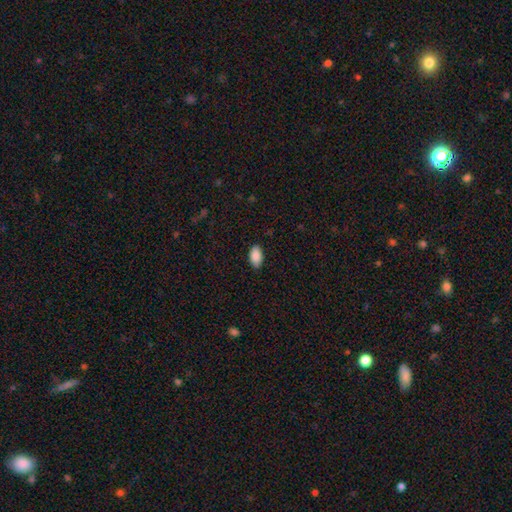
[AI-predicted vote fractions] Morphology: type=smooth (89%); roundness=in between (94%); merging=none (85%).